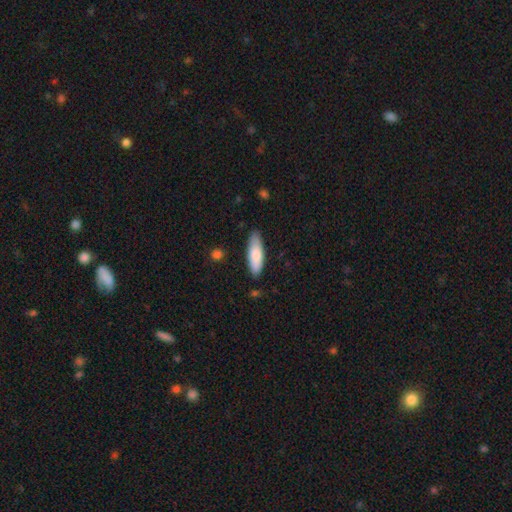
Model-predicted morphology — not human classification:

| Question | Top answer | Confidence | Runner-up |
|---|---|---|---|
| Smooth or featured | smooth | 79% | featured or disk (15%) |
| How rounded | in between | 52% | cigar-shaped (46%) |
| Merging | none | 82% | minor disturbance (14%) |